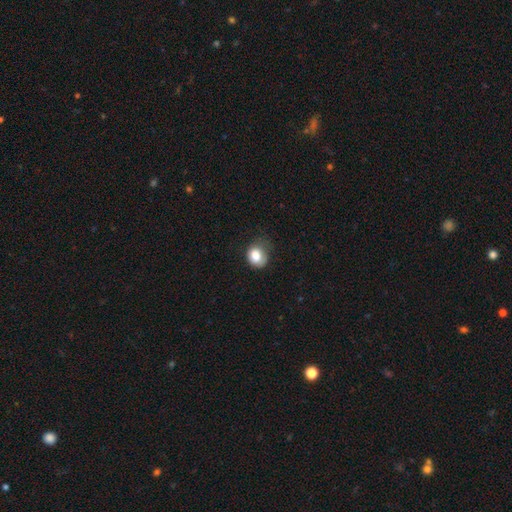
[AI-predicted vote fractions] Smooth or featured?
  - smooth: 81% *
  - featured or disk: 10%
  - star or artifact: 9%
How rounded?
  - round: 62% *
  - in between: 37%
  - cigar-shaped: 1%
Merging?
  - none: 43% *
  - minor disturbance: 36%
  - major disturbance: 19%
  - merger: 2%